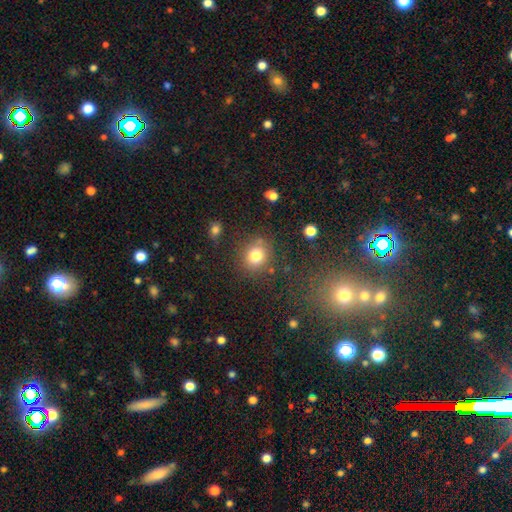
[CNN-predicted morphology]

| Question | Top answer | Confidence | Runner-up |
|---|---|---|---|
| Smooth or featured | smooth | 80% | star or artifact (12%) |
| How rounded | round | 80% | in between (19%) |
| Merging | none | 80% | minor disturbance (11%) |